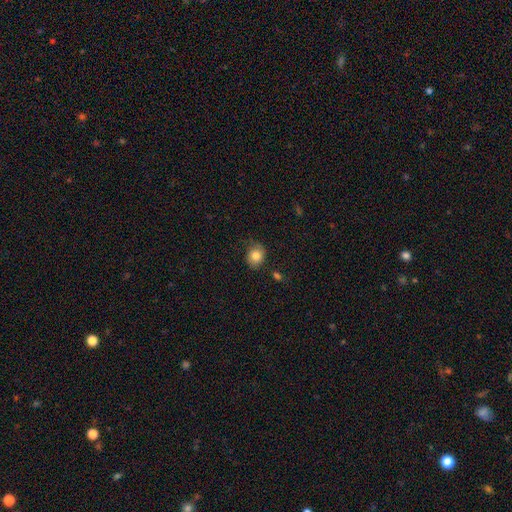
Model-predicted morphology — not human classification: This appears to be a smooth galaxy with no disk features (83%) that is round (61%). Merging: none (77%).